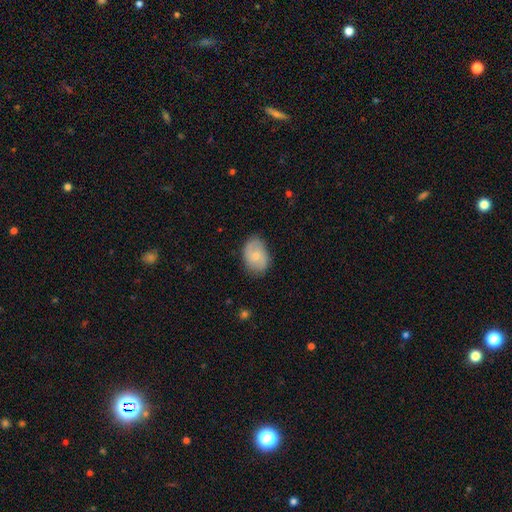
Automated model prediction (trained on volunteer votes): Smooth or featured? smooth (52%)
How rounded? in between (80%)
Merging? none (75%)